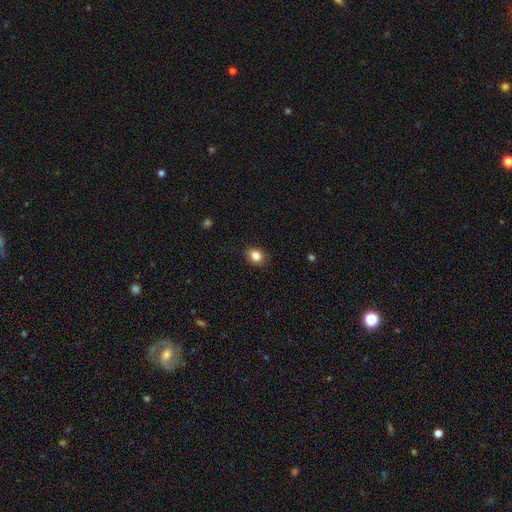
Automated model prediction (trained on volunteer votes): Smooth or featured: smooth — 85% (star or artifact — 10%)
How rounded: round — 55% (in between — 44%)
Merging: none — 88% (minor disturbance — 9%)